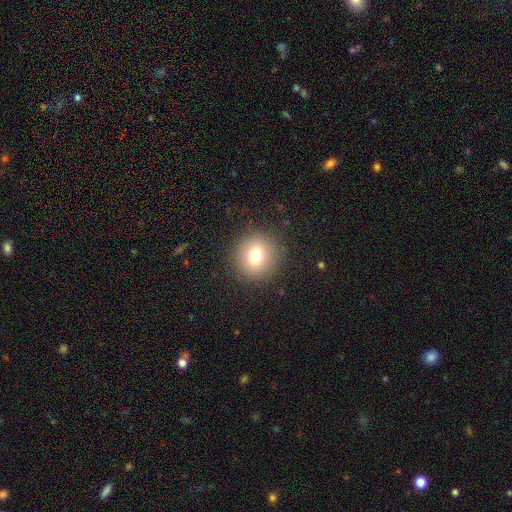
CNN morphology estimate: This appears to be a smooth galaxy with no disk features (76%) that is round (91%). Merging: none (89%).